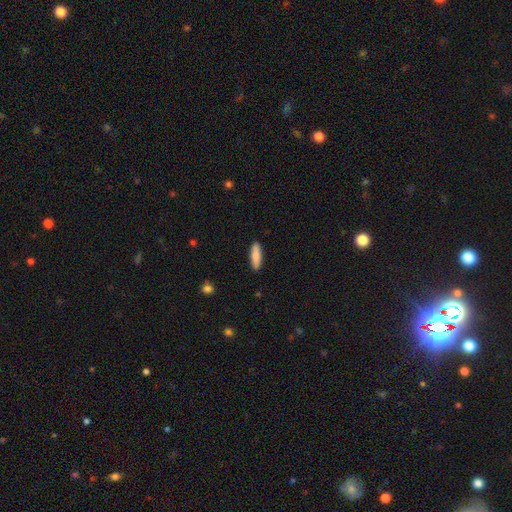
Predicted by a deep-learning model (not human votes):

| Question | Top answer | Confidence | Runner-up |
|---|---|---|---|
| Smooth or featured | smooth | 84% | featured or disk (10%) |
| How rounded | cigar-shaped | 64% | in between (34%) |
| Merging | none | 90% | minor disturbance (7%) |